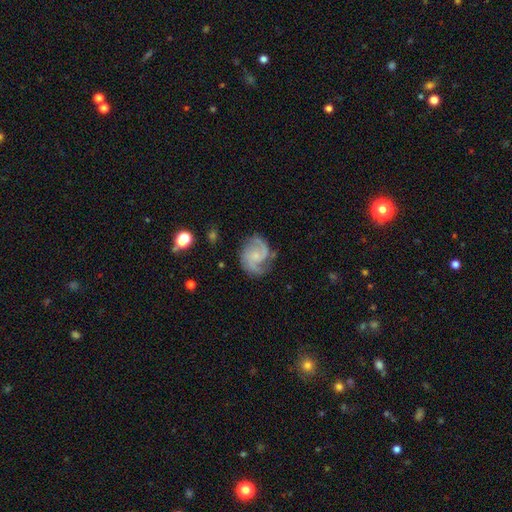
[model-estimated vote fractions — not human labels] Smooth or featured?
  - featured or disk: 87% *
  - smooth: 8%
  - star or artifact: 5%
Edge-on disk?
  - no: 98% *
  - yes: 2%
Bar?
  - no: 63% *
  - weak: 32%
  - strong: 5%
Spiral arms?
  - yes: 97% *
  - no: 3%
Spiral winding?
  - medium: 55% *
  - tight: 27%
  - loose: 18%
Spiral arm count?
  - 2: 83% *
  - 3: 6%
  - can't tell: 5%
  - 1: 3%
  - 4: 2%
  - more than 4: 2%
Bulge size?
  - small: 67% *
  - moderate: 18%
  - none: 13%
  - large: 1%
  - dominant: 1%
Merging?
  - none: 73% *
  - minor disturbance: 18%
  - major disturbance: 7%
  - merger: 2%